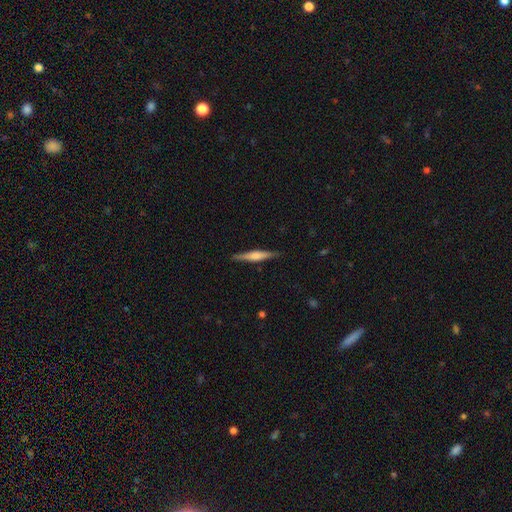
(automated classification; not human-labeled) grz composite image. It shows a featured or disk galaxy (60%) viewed edge-on (98%) with a rounded central bulge (61%). Merging: none (89%).